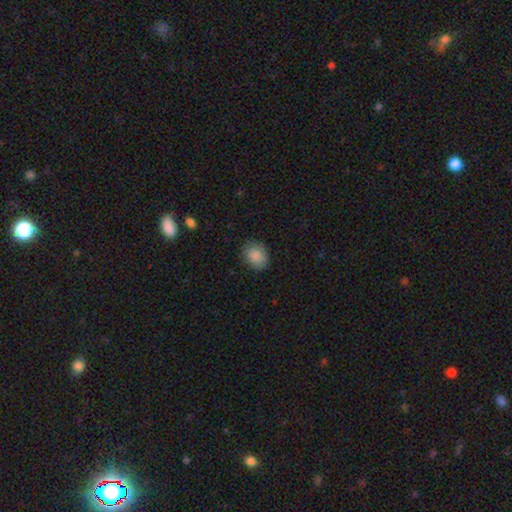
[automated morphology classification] type=smooth (88%); roundness=in between (52%); merging=none (83%).